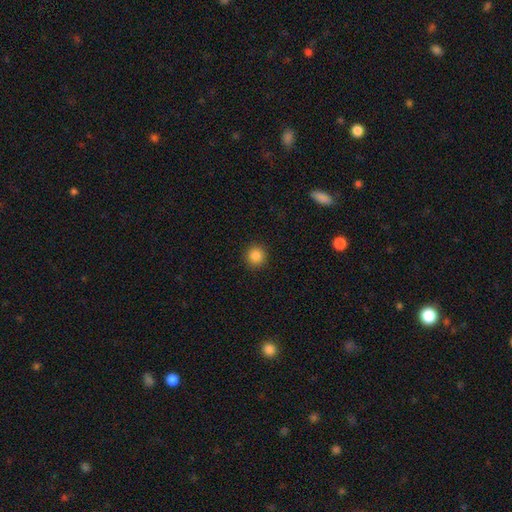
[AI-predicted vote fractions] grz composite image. It shows a smooth galaxy with no disk features (86%) that is round (94%). Merging: none (92%).